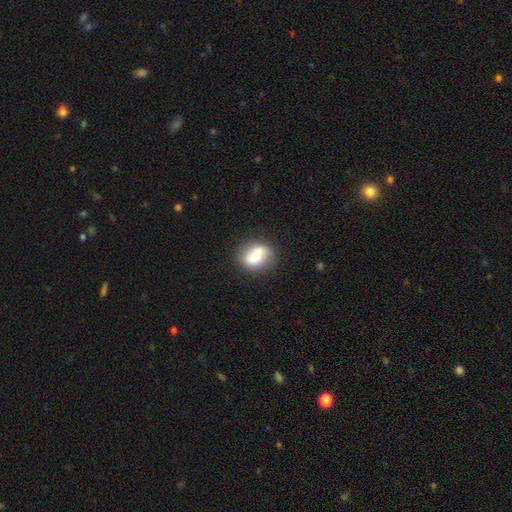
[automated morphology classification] Smooth or featured: smooth — 67% (featured or disk — 25%)
How rounded: in between — 61% (round — 34%)
Merging: none — 79% (minor disturbance — 14%)